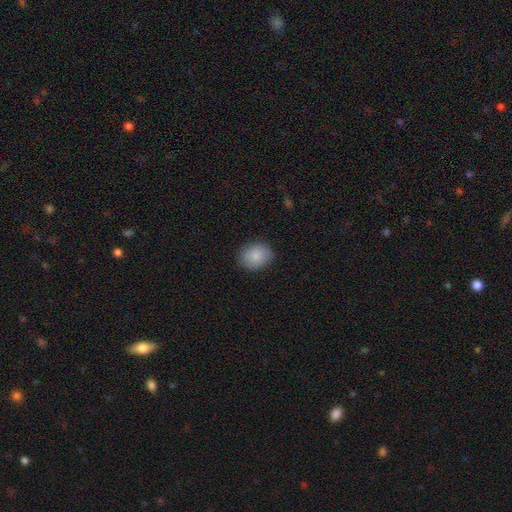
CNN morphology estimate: smooth_or_featured: smooth (p=0.87) [alt: star or artifact p=0.07]
how_rounded: round (p=0.53) [alt: in between p=0.46]
merging: none (p=0.85) [alt: minor disturbance p=0.11]